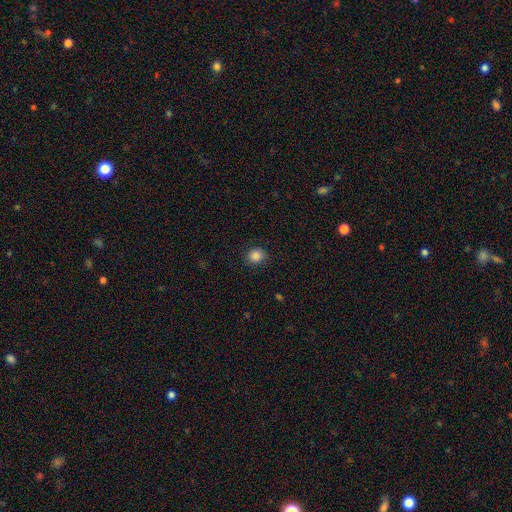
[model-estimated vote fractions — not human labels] A smooth galaxy with no disk features (86%) that is round (77%).

Vote fractions:
- Smooth or featured? smooth: 86% / star or artifact: 10% / featured or disk: 4%
- How rounded? round: 77% / in between: 22% / cigar-shaped: 1%
- Merging? none: 88% / minor disturbance: 9% / major disturbance: 2% / merger: 1%